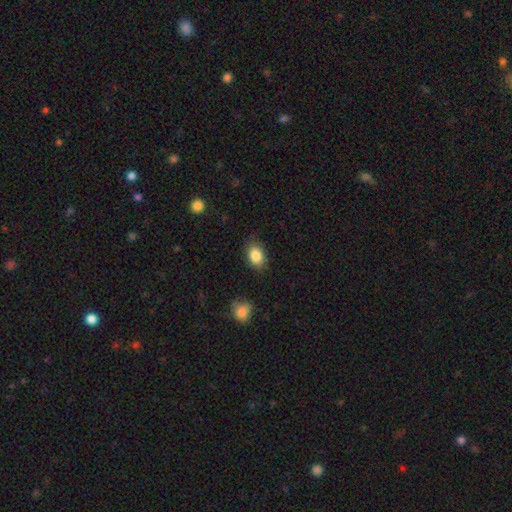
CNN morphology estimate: The model was most divided on "how rounded": in between: 81%, round: 18%, cigar-shaped: 1%. More confident: smooth or featured — smooth (87%); merging — none (83%).